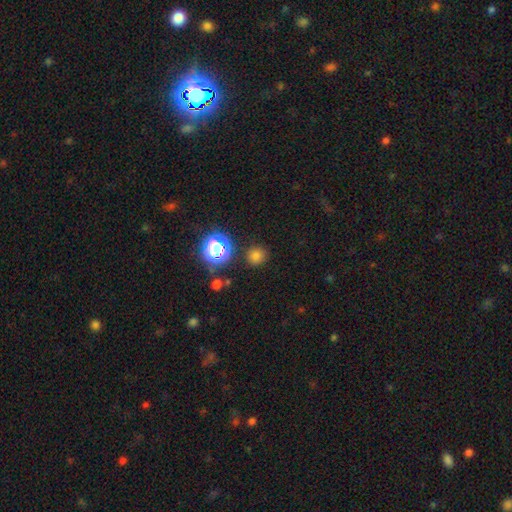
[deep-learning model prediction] This is likely a smooth galaxy (72%). How rounded: clearly round (90%). Merging: clearly none (87%).